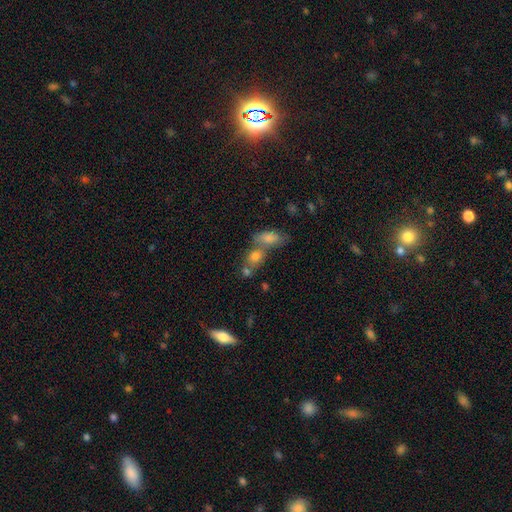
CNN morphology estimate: A smooth galaxy with no disk features (62%) that is in between round and cigar-shaped (59%).

Vote fractions:
- Smooth or featured? smooth: 62% / featured or disk: 19% / star or artifact: 19%
- How rounded? in between: 59% / round: 31% / cigar-shaped: 9%
- Merging? merger: 44% / none: 42% / minor disturbance: 10% / major disturbance: 5%